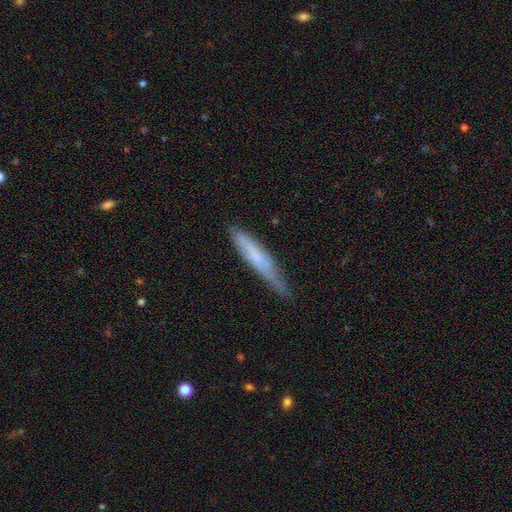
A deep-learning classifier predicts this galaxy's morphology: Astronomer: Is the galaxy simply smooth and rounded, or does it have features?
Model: smooth — 54% (runner-up: featured or disk, 40%).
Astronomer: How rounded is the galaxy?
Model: cigar-shaped — 91%.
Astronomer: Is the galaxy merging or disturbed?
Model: none — 64%.